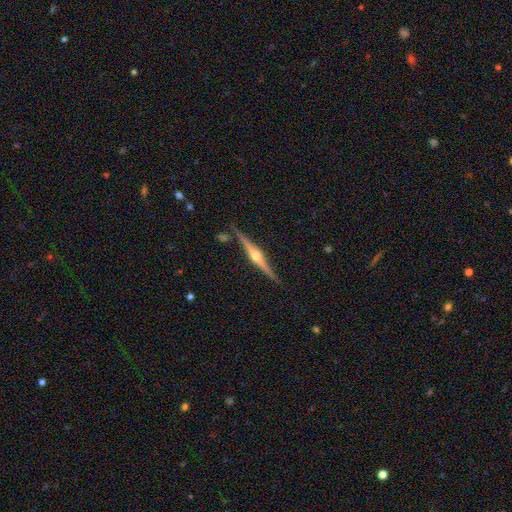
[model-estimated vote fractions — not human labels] smooth-or-featured: featured or disk: 87% | smooth: 8% | star or artifact: 5%
  disk-edge-on: yes: 98% | no: 2%
    edge-on-bulge: rounded: 95% | boxy: 3% | none: 2%
  merging: none: 86% | minor disturbance: 9% | merger: 3% | major disturbance: 2%